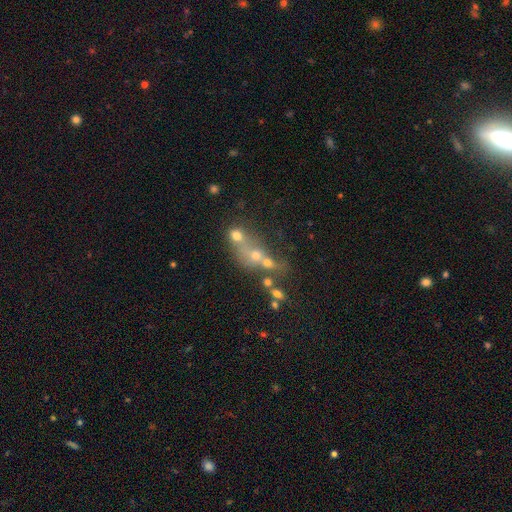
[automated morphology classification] Q: Smooth or featured?
A: smooth (52%); runner-up: featured or disk (27%)
Q: How rounded?
A: round (59%); runner-up: in between (37%)
Q: Merging?
A: merger (64%); runner-up: none (22%)